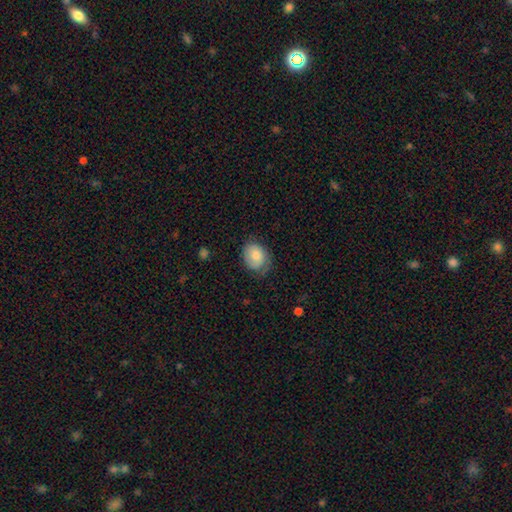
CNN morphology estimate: The model was most divided on "how rounded": in between: 53%, round: 46%, cigar-shaped: 1%. More confident: smooth or featured — smooth (70%); merging — none (63%).